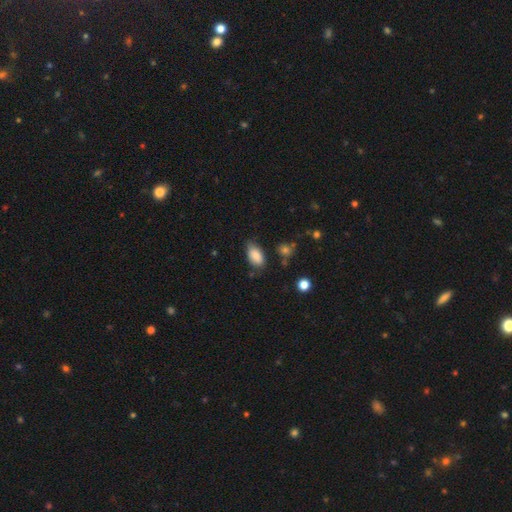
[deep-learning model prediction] Smooth or featured? Predicted: smooth (p=0.84). How rounded? Predicted: in between (p=0.92). Merging? Predicted: none (p=0.69).